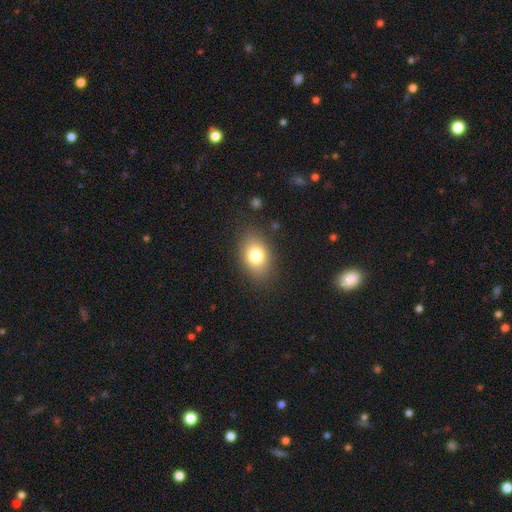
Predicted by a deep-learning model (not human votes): This is likely a smooth galaxy (77%). How rounded: likely in between (73%). Merging: clearly none (84%).